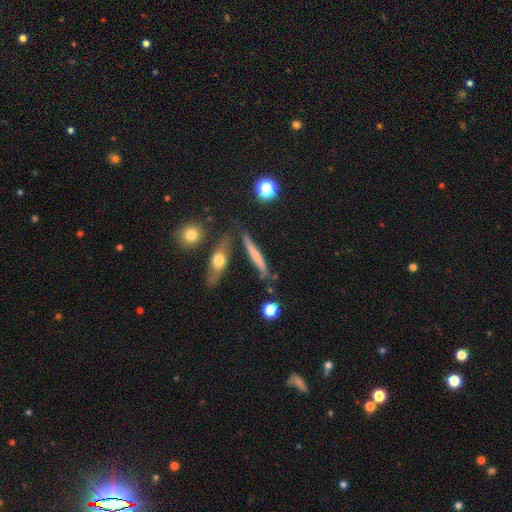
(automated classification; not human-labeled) Q: Smooth or featured?
A: smooth (53%); runner-up: featured or disk (40%)
Q: How rounded?
A: cigar-shaped (91%); runner-up: in between (6%)
Q: Merging?
A: none (76%); runner-up: minor disturbance (13%)